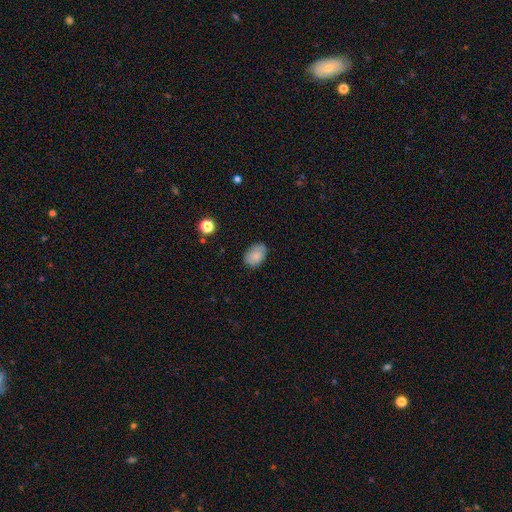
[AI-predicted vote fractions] smooth_or_featured: smooth (p=0.80) [alt: featured or disk p=0.11]
how_rounded: in between (p=0.84) [alt: round p=0.15]
merging: none (p=0.76) [alt: minor disturbance p=0.19]